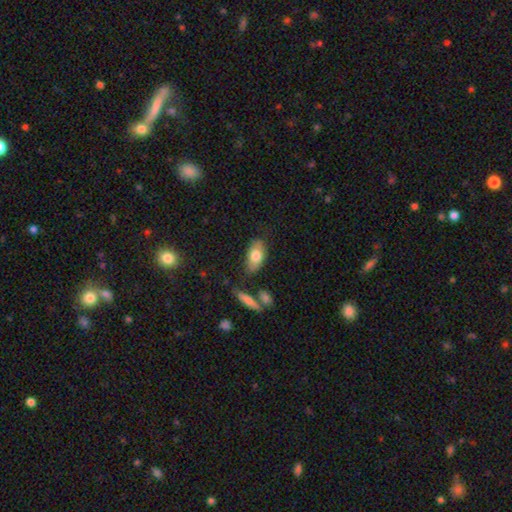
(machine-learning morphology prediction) smooth-or-featured: smooth: 76% | featured or disk: 18% | star or artifact: 6%
  how-rounded: in between: 90% | cigar-shaped: 5% | round: 5%
  merging: none: 71% | minor disturbance: 18% | merger: 6% | major disturbance: 5%